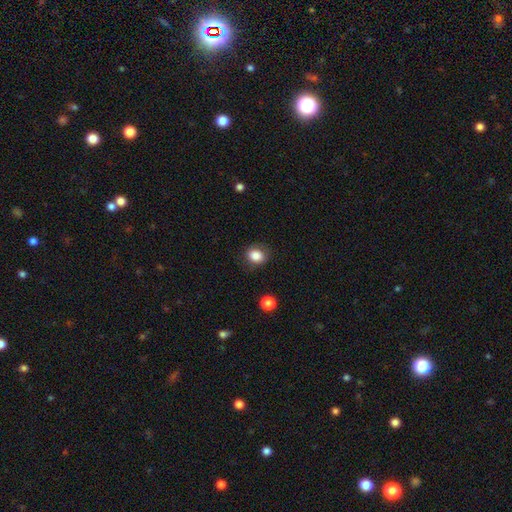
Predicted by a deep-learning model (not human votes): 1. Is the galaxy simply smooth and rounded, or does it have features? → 85% smooth, 10% star or artifact, 5% featured or disk.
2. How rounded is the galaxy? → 61% round, 38% in between, 1% cigar-shaped.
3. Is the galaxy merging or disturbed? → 81% none, 14% minor disturbance, 4% major disturbance, 1% merger.